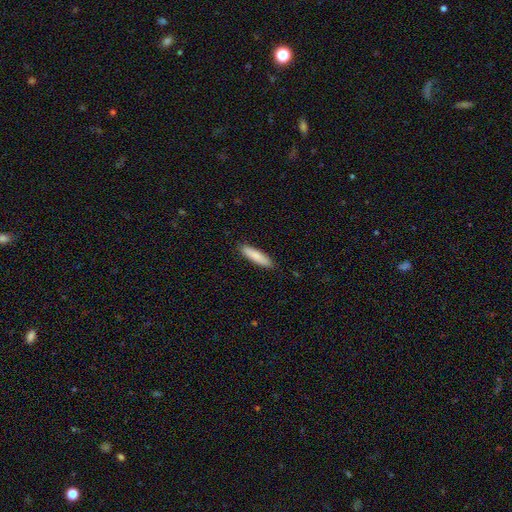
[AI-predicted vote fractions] Smooth or featured? Predicted: smooth (p=0.84). How rounded? Predicted: cigar-shaped (p=0.76). Merging? Predicted: none (p=0.89).